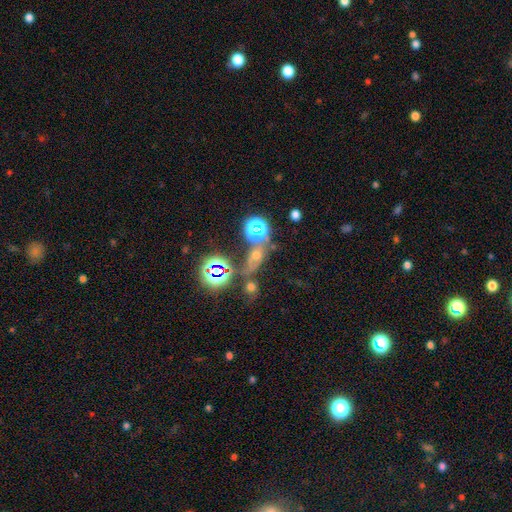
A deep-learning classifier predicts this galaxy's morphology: Overall: star or artifact (53%; smooth 28%).